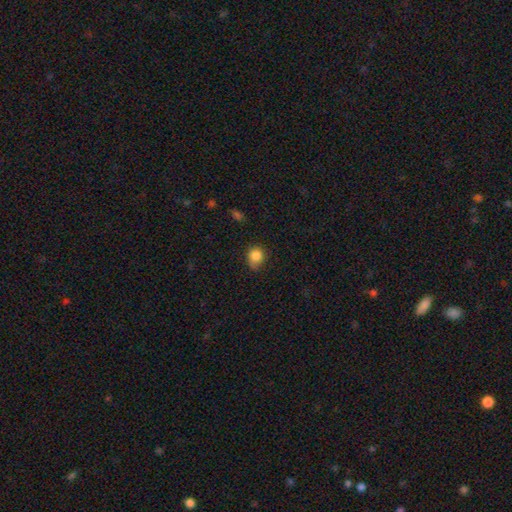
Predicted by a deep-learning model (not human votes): Q: Smooth or featured?
A: smooth (84%); runner-up: star or artifact (10%)
Q: How rounded?
A: round (70%); runner-up: in between (29%)
Q: Merging?
A: none (61%); runner-up: minor disturbance (31%)